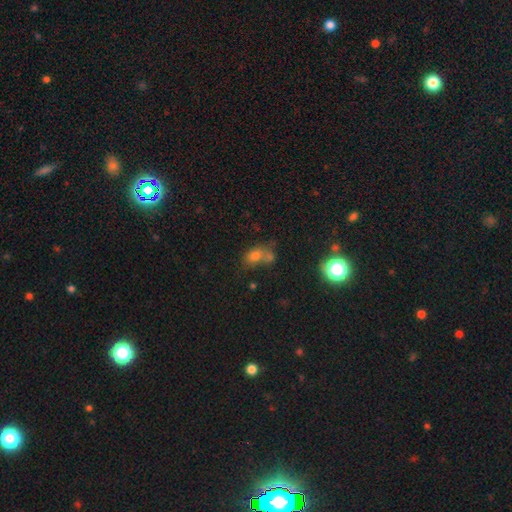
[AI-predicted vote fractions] smooth_or_featured: smooth (p=0.66) [alt: star or artifact p=0.21]
how_rounded: in between (p=0.50) [alt: round p=0.48]
merging: merger (p=0.43) [alt: none p=0.36]